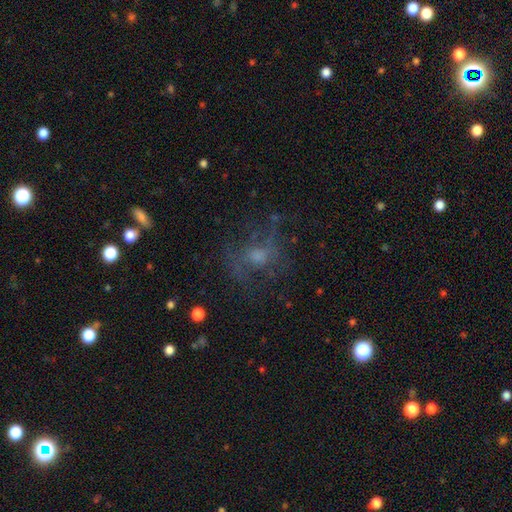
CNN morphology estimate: Smooth or featured: featured or disk — 44% (smooth — 31%)
Merging: none — 60% (major disturbance — 21%)